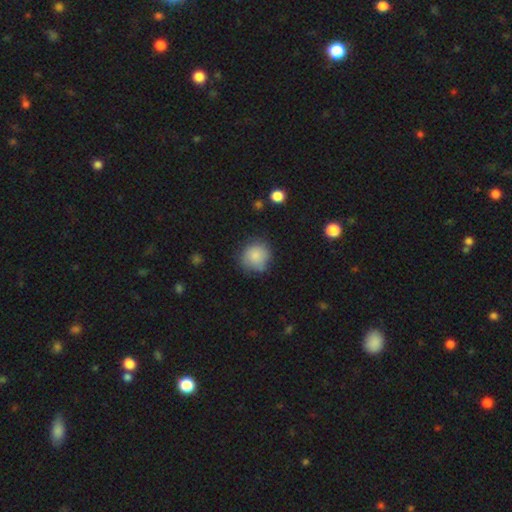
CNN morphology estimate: Smooth or featured: smooth — 83% (featured or disk — 9%)
How rounded: round — 88% (in between — 11%)
Merging: none — 67% (minor disturbance — 25%)